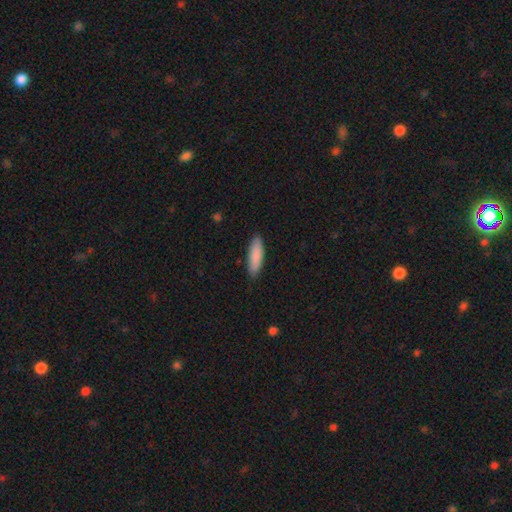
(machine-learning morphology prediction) Smooth or featured? Predicted: smooth (p=0.87). How rounded? Predicted: cigar-shaped (p=0.56). Merging? Predicted: none (p=0.87).